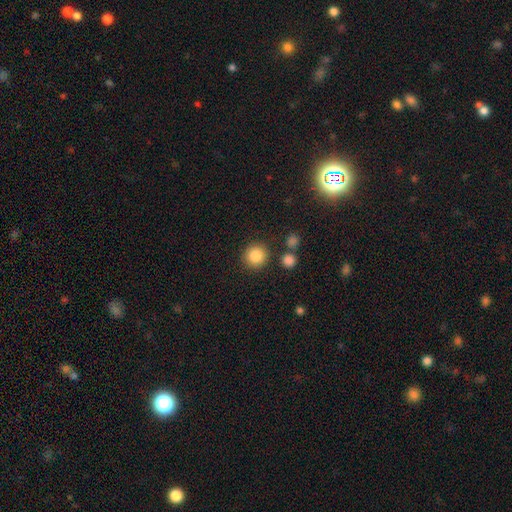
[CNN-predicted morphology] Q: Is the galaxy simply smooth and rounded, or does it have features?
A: smooth — 87%.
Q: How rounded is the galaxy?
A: round — 92%.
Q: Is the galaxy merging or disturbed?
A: none — 85%.